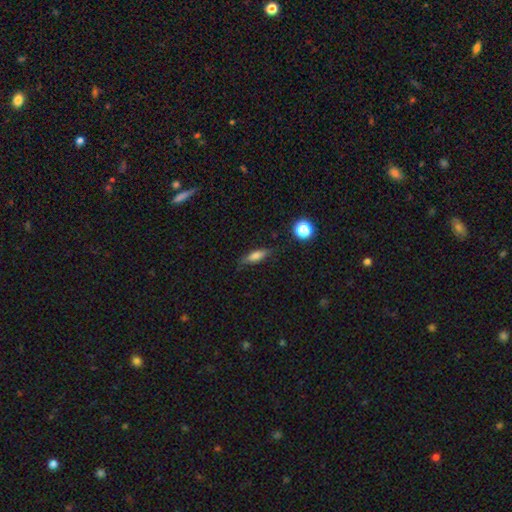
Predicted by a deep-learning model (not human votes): smooth 72%, featured or disk 19%, star or artifact 10%. Down the decision tree: how rounded — in between (50%); merging — none (80%).